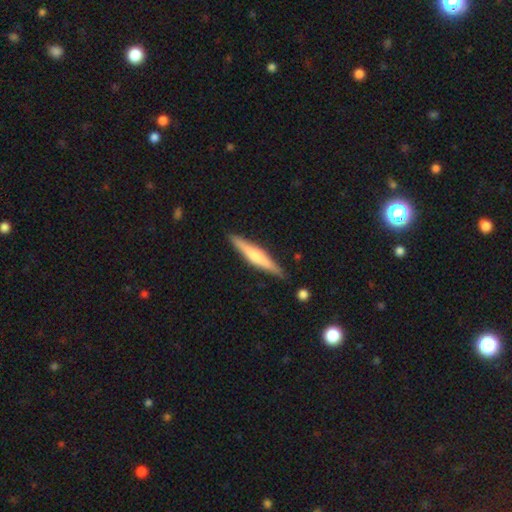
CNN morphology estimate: The model was most divided on "smooth or featured": featured or disk: 52%, smooth: 42%, star or artifact: 5%. More confident: edge-on disk — yes (96%); merging — none (88%); edge-on bulge — rounded (70%).